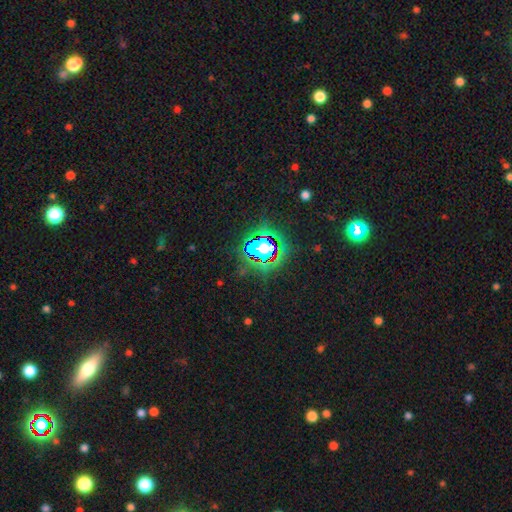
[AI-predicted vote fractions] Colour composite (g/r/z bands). It shows a star or artifact, not a galaxy (81%).